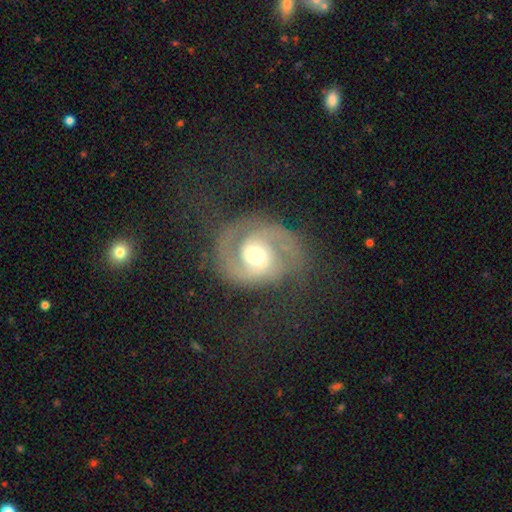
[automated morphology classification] smooth-or-featured: featured or disk: 87% | smooth: 7% | star or artifact: 6%
  disk-edge-on: no: 98% | yes: 2%
    bar: no: 49% | weak: 39% | strong: 12%
    has-spiral-arms: yes: 97% | no: 3%
      spiral-winding: medium: 49% | tight: 39% | loose: 12%
      spiral-arm-count: 2: 88% | 1: 4% | can't tell: 4% | 3: 2% | 4: 1% | more than 4: 1%
    bulge-size: moderate: 69% | large: 15% | small: 13% | dominant: 1% | none: 1%
  merging: none: 70% | minor disturbance: 16% | major disturbance: 12% | merger: 2%